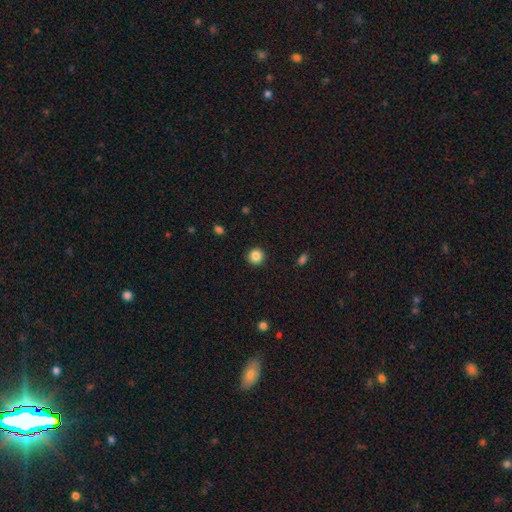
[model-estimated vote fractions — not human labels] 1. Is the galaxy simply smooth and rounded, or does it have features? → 86% smooth, 10% star or artifact, 4% featured or disk.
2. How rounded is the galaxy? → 94% round, 5% in between, 1% cigar-shaped.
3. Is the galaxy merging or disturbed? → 92% none, 5% minor disturbance, 2% major disturbance, 1% merger.